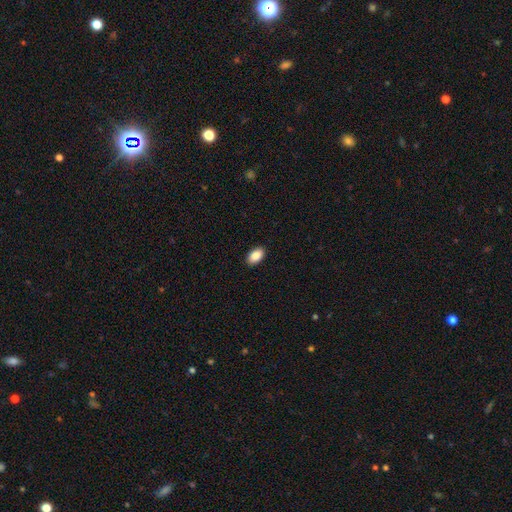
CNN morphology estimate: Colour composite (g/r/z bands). It shows a smooth galaxy with no disk features (89%) that is in between round and cigar-shaped (93%). Merging: none (90%).